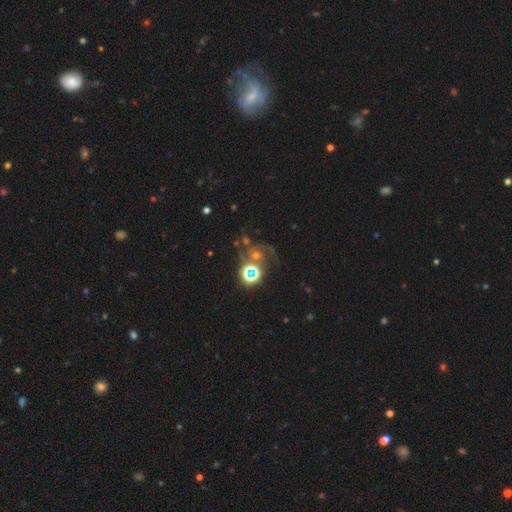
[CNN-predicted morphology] Overall: star or artifact (45%; featured or disk 34%).